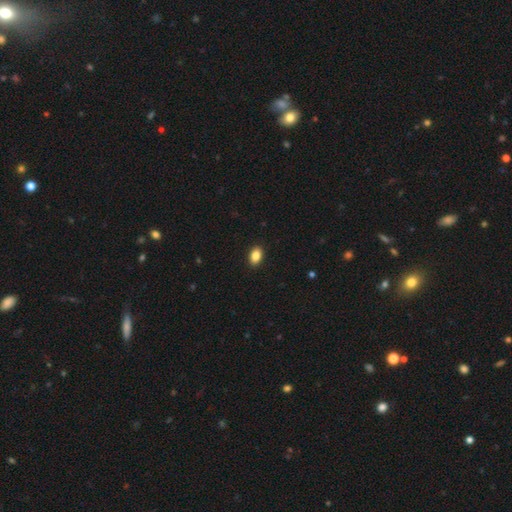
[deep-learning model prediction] This appears to be a smooth galaxy with no disk features (87%) that is in between round and cigar-shaped (88%). Merging: none (91%).